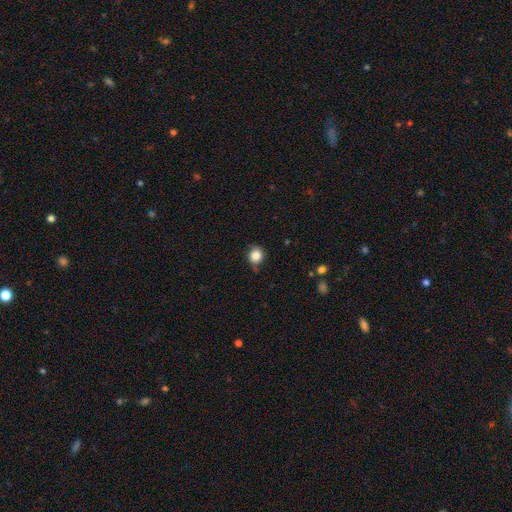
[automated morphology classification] Smooth or featured?
  - smooth: 84% *
  - star or artifact: 11%
  - featured or disk: 5%
How rounded?
  - round: 82% *
  - in between: 17%
  - cigar-shaped: 1%
Merging?
  - none: 79% *
  - minor disturbance: 16%
  - major disturbance: 3%
  - merger: 2%